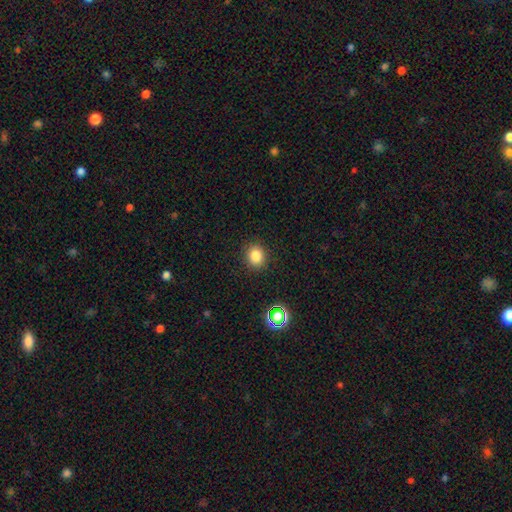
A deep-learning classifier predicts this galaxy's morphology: smooth-or-featured: smooth: 83% | star or artifact: 12% | featured or disk: 5%
  how-rounded: round: 73% | in between: 26% | cigar-shaped: 1%
  merging: none: 89% | minor disturbance: 7% | major disturbance: 2% | merger: 1%